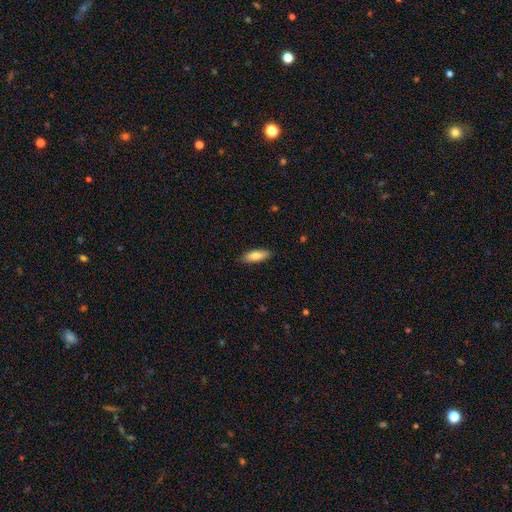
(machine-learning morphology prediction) smooth 77%, featured or disk 17%, star or artifact 6%. Down the decision tree: how rounded — in between (65%); merging — none (86%).